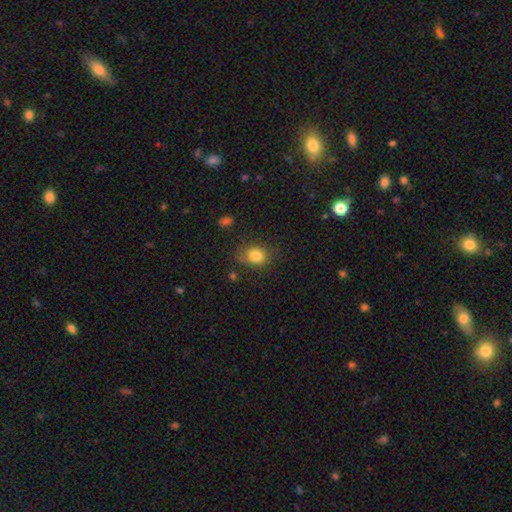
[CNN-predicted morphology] type=smooth (82%); roundness=round (50%); merging=none (68%).